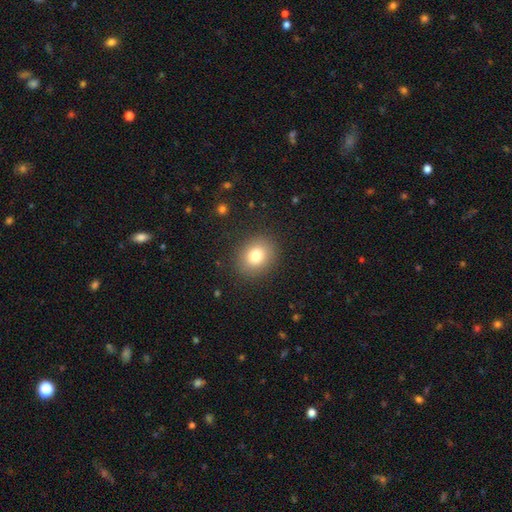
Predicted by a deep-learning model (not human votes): The model was most divided on "how rounded": round: 67%, in between: 32%, cigar-shaped: 1%. More confident: merging — none (88%); smooth or featured — smooth (78%).